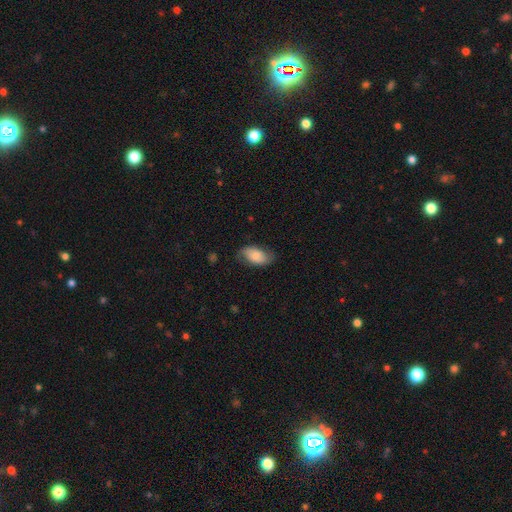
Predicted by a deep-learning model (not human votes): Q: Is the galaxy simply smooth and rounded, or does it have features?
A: smooth — 74%.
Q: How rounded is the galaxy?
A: in between — 93%.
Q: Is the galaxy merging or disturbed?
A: none — 70%.